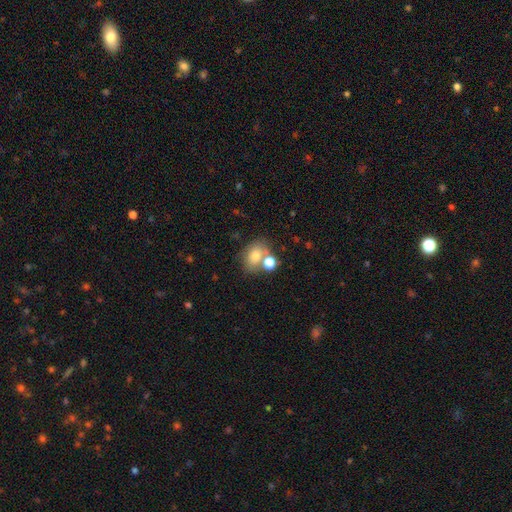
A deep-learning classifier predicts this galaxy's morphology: Smooth or featured? Predicted: smooth (p=0.75). How rounded? Predicted: in between (p=0.64). Merging? Predicted: none (p=0.52).